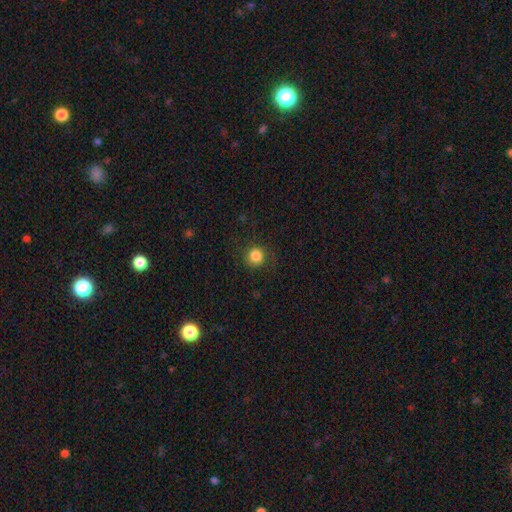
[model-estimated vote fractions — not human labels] Morphology: type=smooth (84%); roundness=round (91%); merging=none (83%).